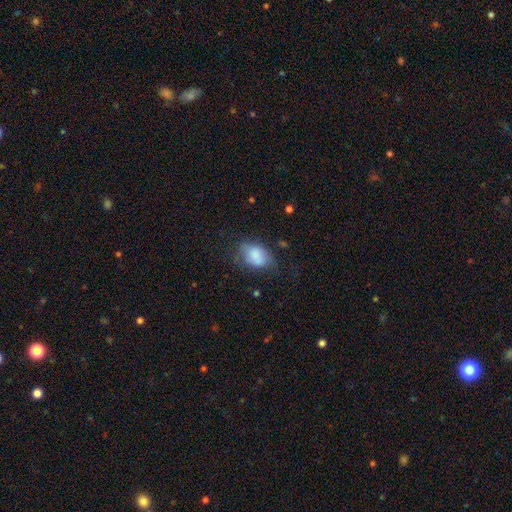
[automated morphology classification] This appears to be a smooth galaxy with no disk features (80%) that is in between round and cigar-shaped (84%). Merging: none (53%).